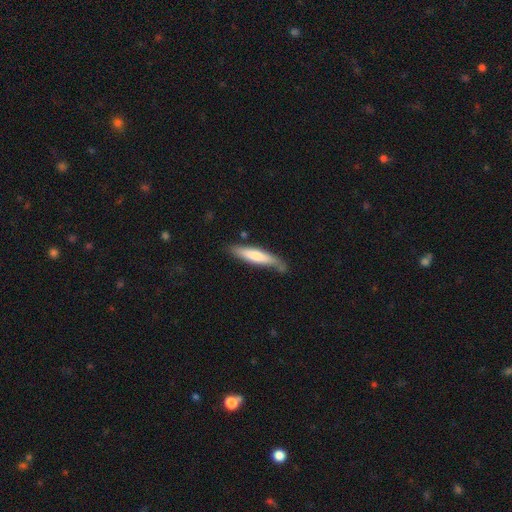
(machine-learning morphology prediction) Q: Smooth or featured?
A: smooth (68%); runner-up: featured or disk (27%)
Q: How rounded?
A: cigar-shaped (82%); runner-up: in between (16%)
Q: Merging?
A: none (63%); runner-up: minor disturbance (25%)